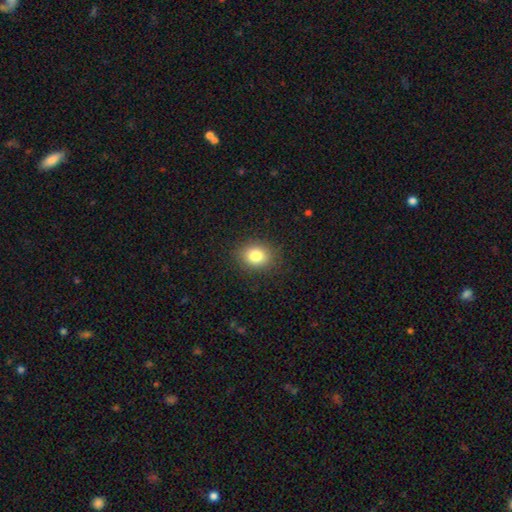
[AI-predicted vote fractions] A smooth galaxy with no disk features (81%) that is round (59%). Merging: none (88%).